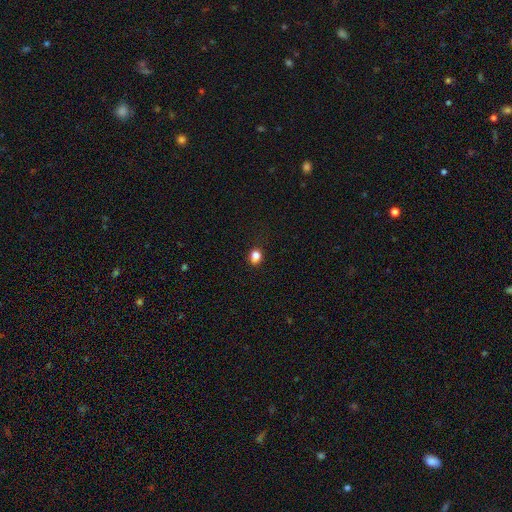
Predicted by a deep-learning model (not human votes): Overall: smooth (83%). How rounded: round (54%; in between 45%). Merging: none (80%).